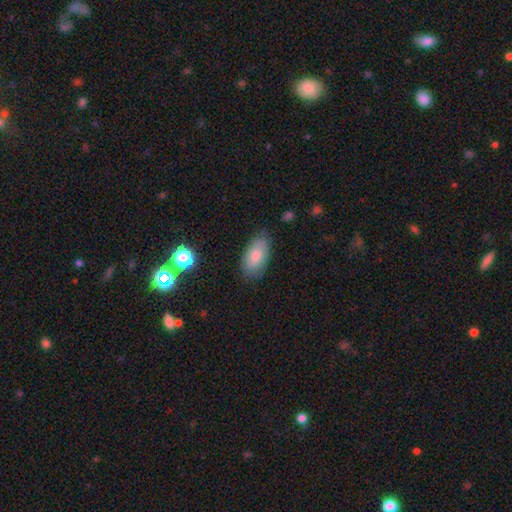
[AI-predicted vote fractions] smooth-or-featured: smooth: 79% | featured or disk: 14% | star or artifact: 7%
  how-rounded: in between: 93% | round: 4% | cigar-shaped: 3%
  merging: none: 78% | minor disturbance: 17% | major disturbance: 4% | merger: 1%